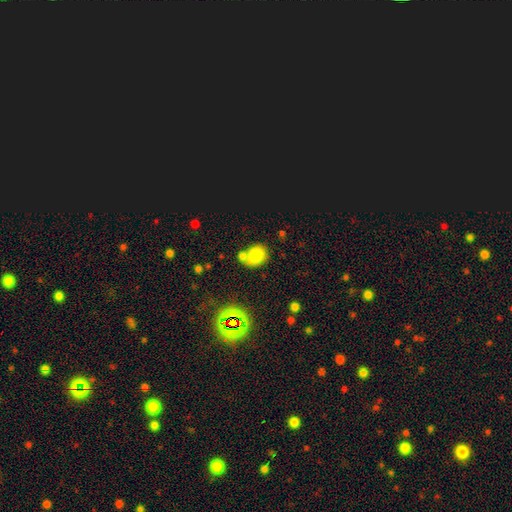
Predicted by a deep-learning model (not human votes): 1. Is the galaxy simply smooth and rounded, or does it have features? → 75% smooth, 16% star or artifact, 9% featured or disk.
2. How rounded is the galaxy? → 60% round, 39% in between, 1% cigar-shaped.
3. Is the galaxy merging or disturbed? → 52% none, 30% merger, 13% minor disturbance, 5% major disturbance.